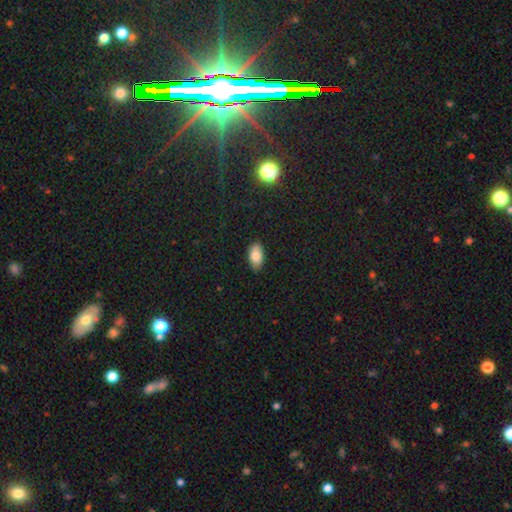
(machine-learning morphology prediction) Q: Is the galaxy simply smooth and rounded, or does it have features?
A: smooth — 85%.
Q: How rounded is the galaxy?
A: in between — 94%.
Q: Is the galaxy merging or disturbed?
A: none — 84%.